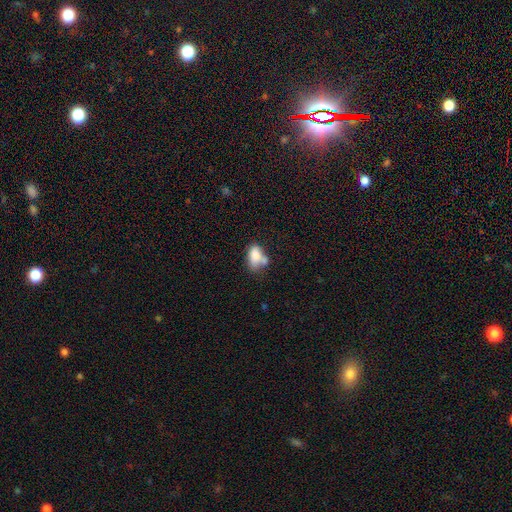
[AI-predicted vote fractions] Smooth or featured?
  - smooth: 75% *
  - featured or disk: 15%
  - star or artifact: 9%
How rounded?
  - in between: 87% *
  - round: 11%
  - cigar-shaped: 2%
Merging?
  - merger: 41% *
  - none: 30%
  - minor disturbance: 19%
  - major disturbance: 11%